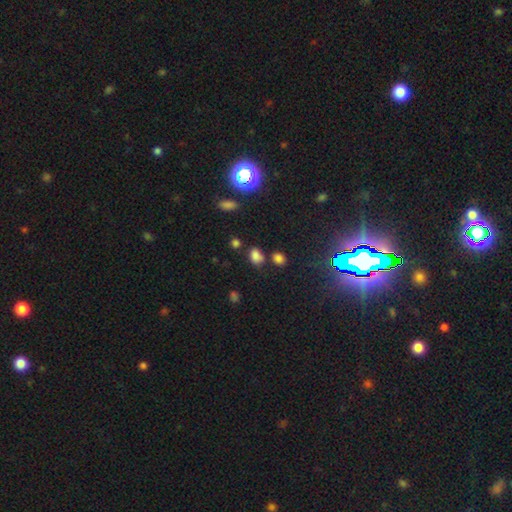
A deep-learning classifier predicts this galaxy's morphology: Q: Smooth or featured?
A: smooth (75%); runner-up: star or artifact (19%)
Q: How rounded?
A: in between (66%); runner-up: round (33%)
Q: Merging?
A: none (63%); runner-up: minor disturbance (16%)